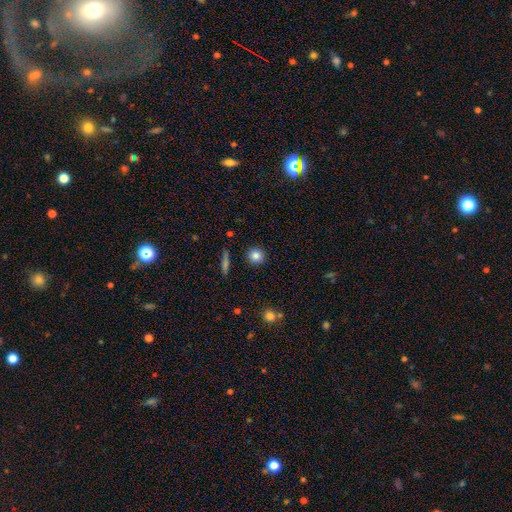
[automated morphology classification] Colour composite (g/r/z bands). It shows a smooth galaxy with no disk features (84%) that is round (91%). Merging: none (91%).